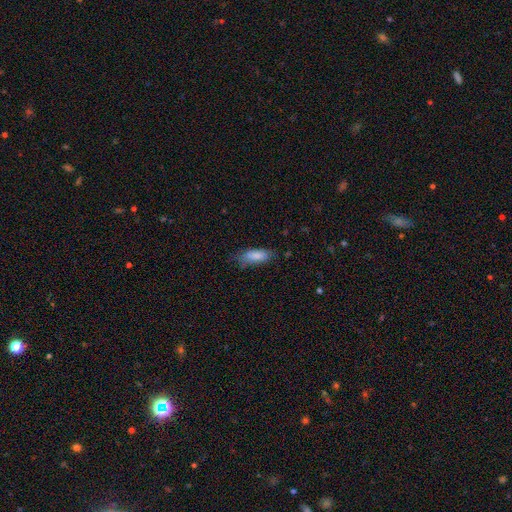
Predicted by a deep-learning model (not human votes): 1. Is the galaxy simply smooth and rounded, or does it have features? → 83% smooth, 10% featured or disk, 7% star or artifact.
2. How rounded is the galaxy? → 74% in between, 24% cigar-shaped, 2% round.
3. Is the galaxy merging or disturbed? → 64% none, 27% minor disturbance, 8% major disturbance, 2% merger.